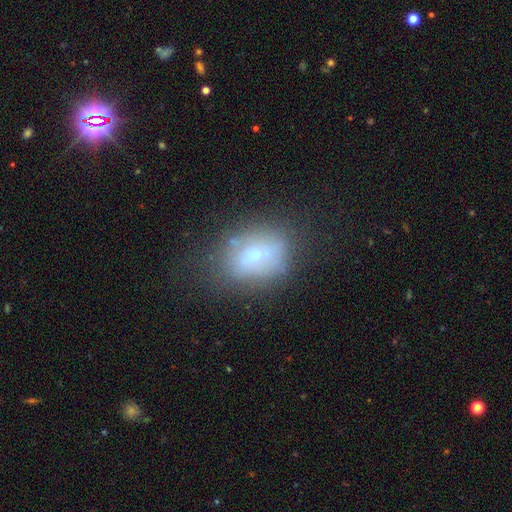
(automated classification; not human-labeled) smooth_or_featured: smooth (p=0.57) [alt: featured or disk p=0.31]
how_rounded: in between (p=0.66) [alt: round p=0.32]
merging: none (p=0.51) [alt: minor disturbance p=0.25]